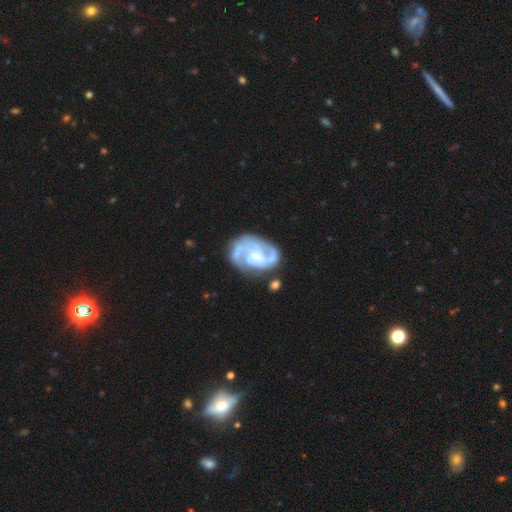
Overall: featured or disk (90%). Edge-on disk: no (100%). Bar: no (53%; weak 39%). Spiral arms: yes (94%). Spiral arm count: 2 (44%; 4 21%). Spiral winding: tight (47%; medium 44%). Bulge size: small (53%; moderate 33%). Merging: none (59%; minor disturbance 28%).